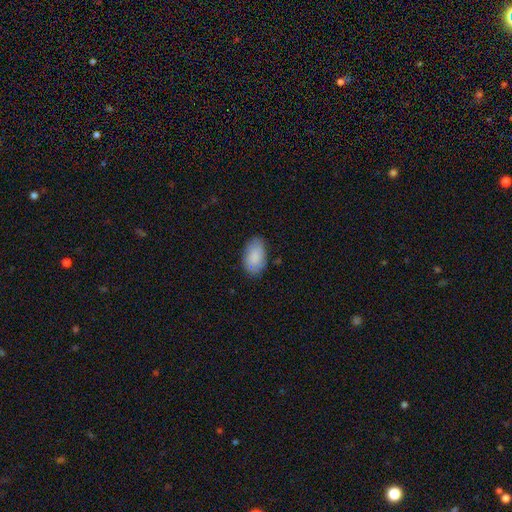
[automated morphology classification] Overall: smooth (85%). How rounded: in between (93%). Merging: none (75%).